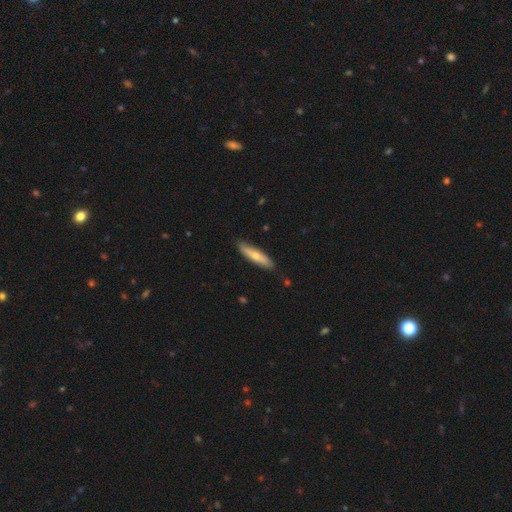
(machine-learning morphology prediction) type=smooth (59%); roundness=cigar-shaped (79%); merging=none (85%).